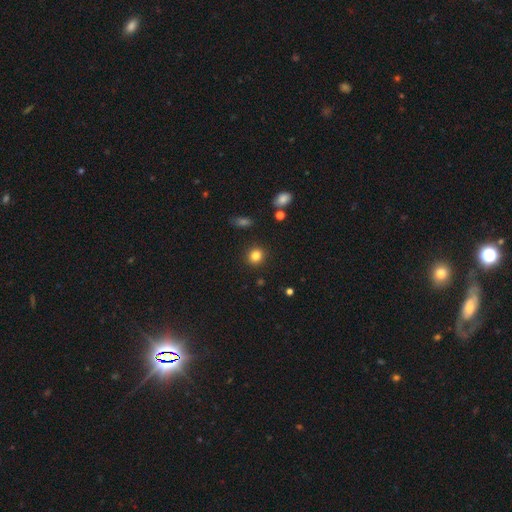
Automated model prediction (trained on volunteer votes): This appears to be a smooth galaxy with no disk features (83%) that is round (88%). Merging: none (91%).